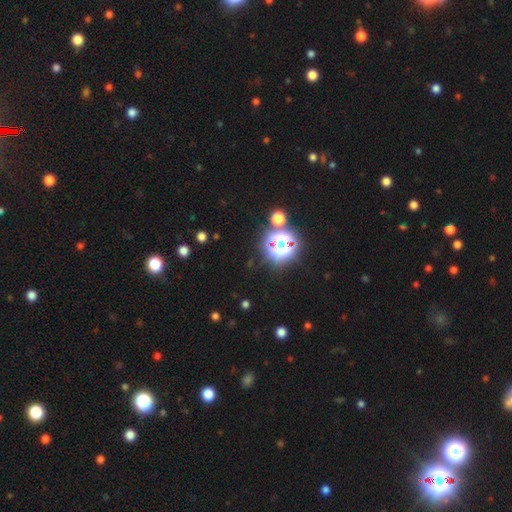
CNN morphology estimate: Overall: star or artifact (80%).